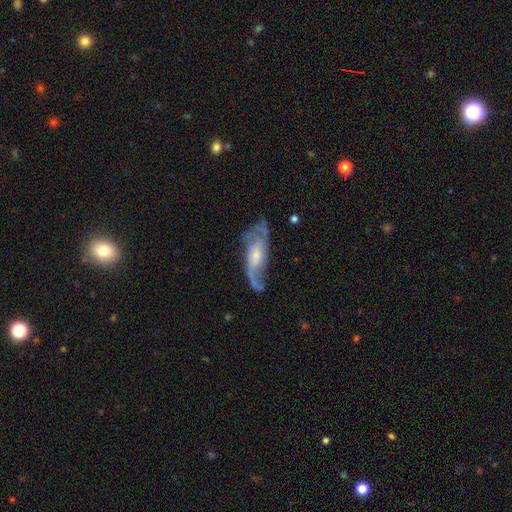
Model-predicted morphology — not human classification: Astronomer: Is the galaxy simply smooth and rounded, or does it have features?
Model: featured or disk — 80%.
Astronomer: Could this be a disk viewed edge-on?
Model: no — 88%.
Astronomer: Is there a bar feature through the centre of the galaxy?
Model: no — 53% (runner-up: weak, 37%).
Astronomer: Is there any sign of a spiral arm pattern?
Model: yes — 93%.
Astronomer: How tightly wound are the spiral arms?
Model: loose — 46% (runner-up: medium, 39%).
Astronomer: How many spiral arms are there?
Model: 2 — 70%.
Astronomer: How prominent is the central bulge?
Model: moderate — 43% (runner-up: small, 40%).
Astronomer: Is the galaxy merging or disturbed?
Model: none — 59%.